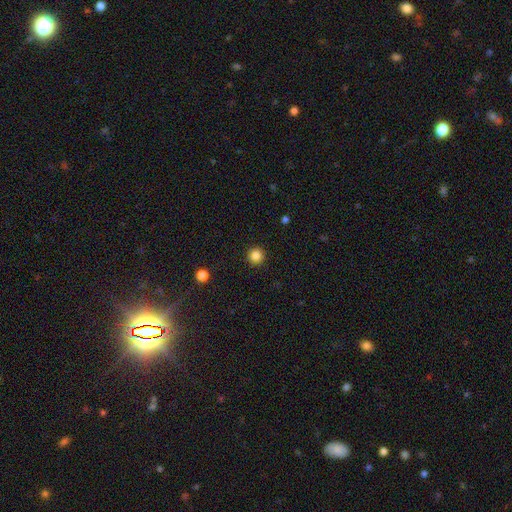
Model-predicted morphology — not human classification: Overall: smooth (85%). How rounded: round (96%). Merging: none (93%).